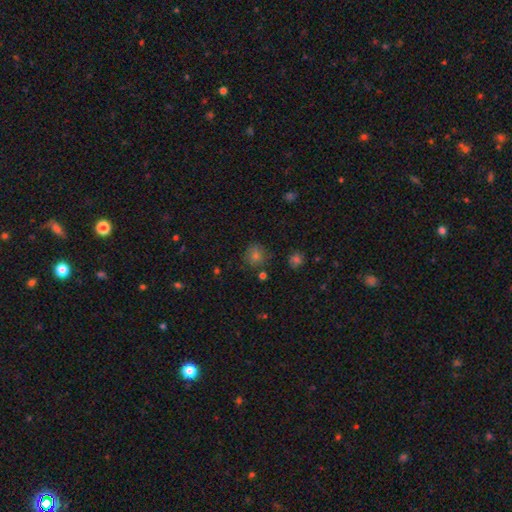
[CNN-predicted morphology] smooth_or_featured: smooth (p=0.67) [alt: star or artifact p=0.25]
how_rounded: round (p=0.86) [alt: in between p=0.13]
merging: none (p=0.81) [alt: minor disturbance p=0.12]